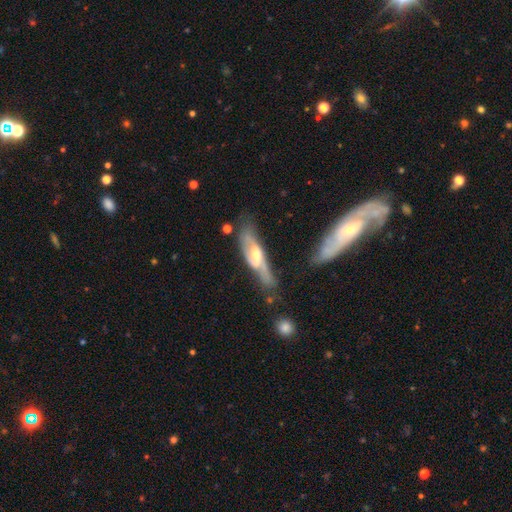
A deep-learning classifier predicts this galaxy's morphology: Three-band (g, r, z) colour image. It shows a featured or disk galaxy (73%). Merging: none (53%).